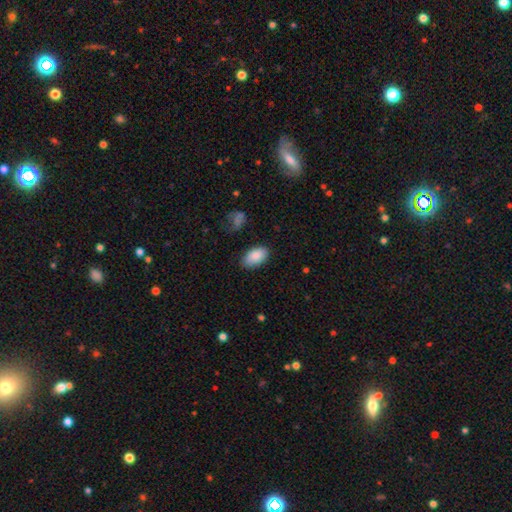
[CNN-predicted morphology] Smooth or featured?
  - smooth: 86% *
  - featured or disk: 7%
  - star or artifact: 6%
How rounded?
  - in between: 94% *
  - round: 4%
  - cigar-shaped: 2%
Merging?
  - none: 80% *
  - minor disturbance: 16%
  - major disturbance: 3%
  - merger: 2%